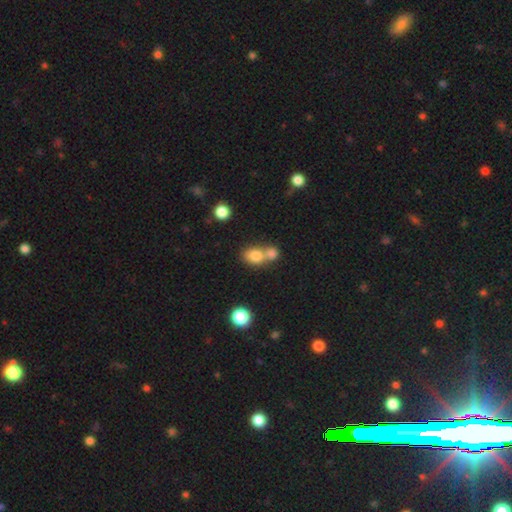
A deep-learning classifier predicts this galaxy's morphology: smooth 79%, star or artifact 11%, featured or disk 10%. Down the decision tree: how rounded — in between (52%); merging — merger (57%).